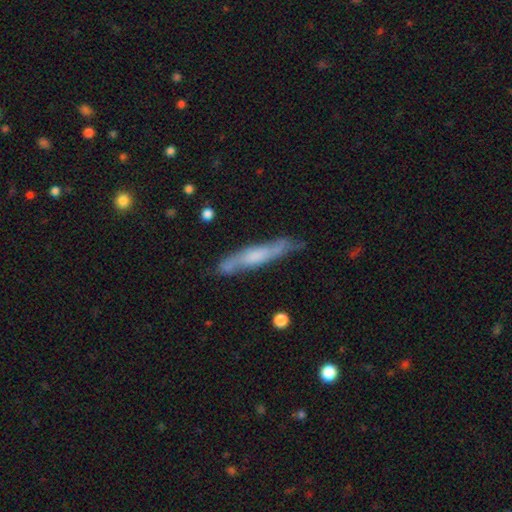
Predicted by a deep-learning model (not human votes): Morphology: type=featured or disk (54%); edge-on=yes (73%); merging=none (74%).